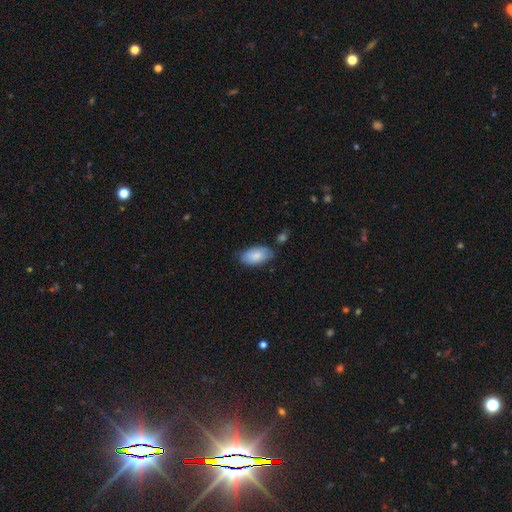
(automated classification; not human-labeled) Overall: smooth (83%). How rounded: in between (94%). Merging: none (74%).